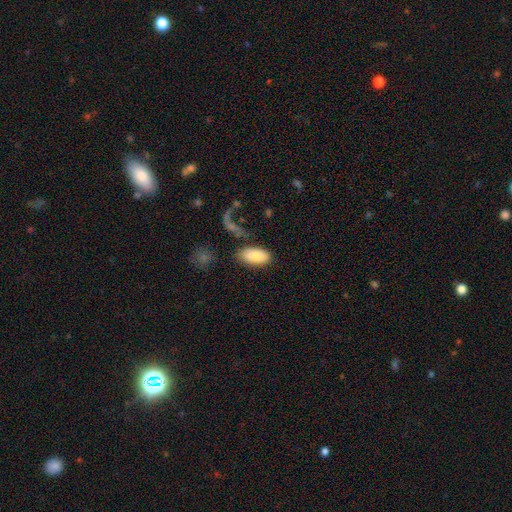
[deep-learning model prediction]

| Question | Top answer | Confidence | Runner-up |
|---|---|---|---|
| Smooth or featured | smooth | 83% | featured or disk (11%) |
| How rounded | in between | 94% | cigar-shaped (3%) |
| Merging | none | 66% | minor disturbance (14%) |